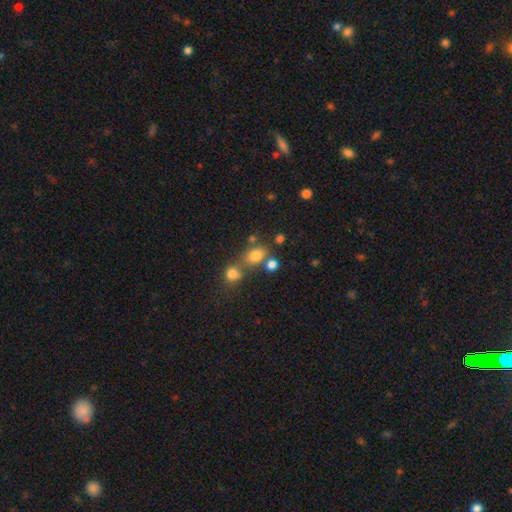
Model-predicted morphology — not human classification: This appears to be a smooth galaxy with no disk features (77%) that is in between round and cigar-shaped (64%). Merging: none (53%).